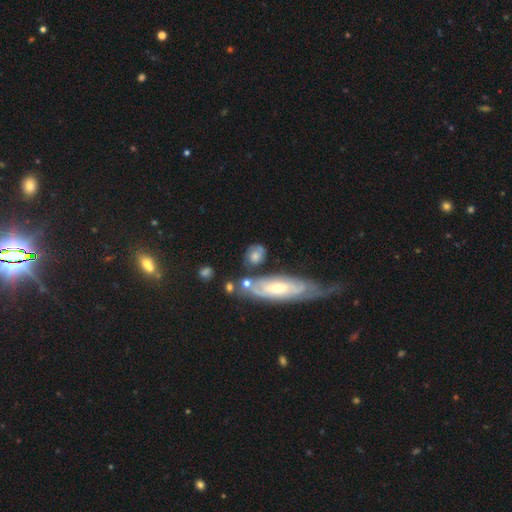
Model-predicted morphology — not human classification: Smooth or featured?
  - smooth: 61% *
  - featured or disk: 31%
  - star or artifact: 8%
How rounded?
  - round: 47% * (tied)
  - in between: 47% * (tied)
  - cigar-shaped: 6%
Merging?
  - none: 58% *
  - minor disturbance: 19%
  - merger: 15%
  - major disturbance: 9%